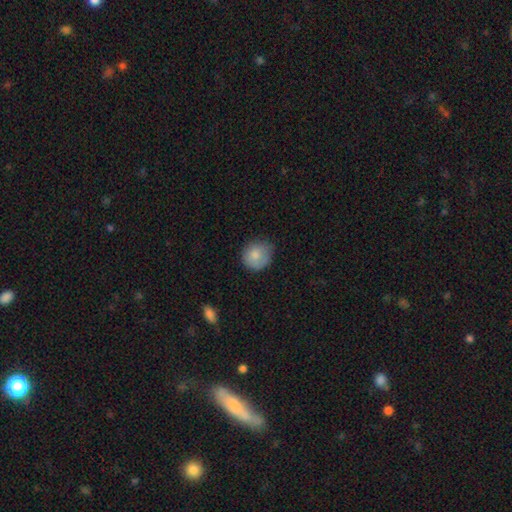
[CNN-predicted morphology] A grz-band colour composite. It shows a smooth galaxy with no disk features (80%) that is round (80%). Merging: none (65%).